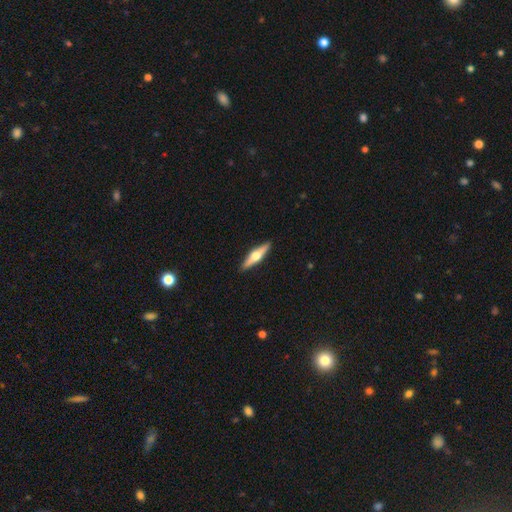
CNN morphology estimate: featured or disk 64%, smooth 31%, star or artifact 5%. Down the decision tree: edge-on disk — yes (97%); edge-on bulge — rounded (95%); merging — none (91%).